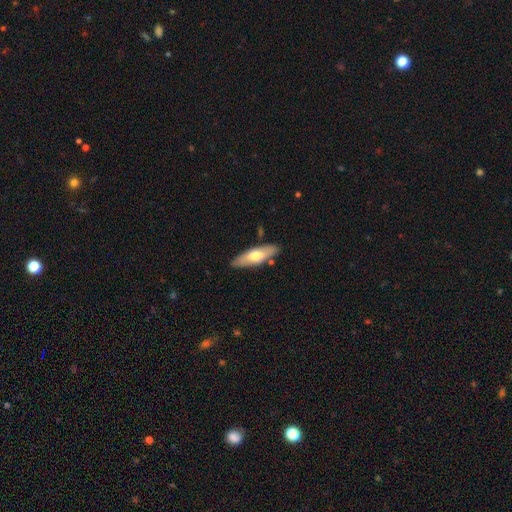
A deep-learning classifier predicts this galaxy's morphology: Q: Smooth or featured?
A: smooth (57%); runner-up: featured or disk (37%)
Q: How rounded?
A: in between (54%); runner-up: cigar-shaped (44%)
Q: Merging?
A: none (83%); runner-up: minor disturbance (12%)